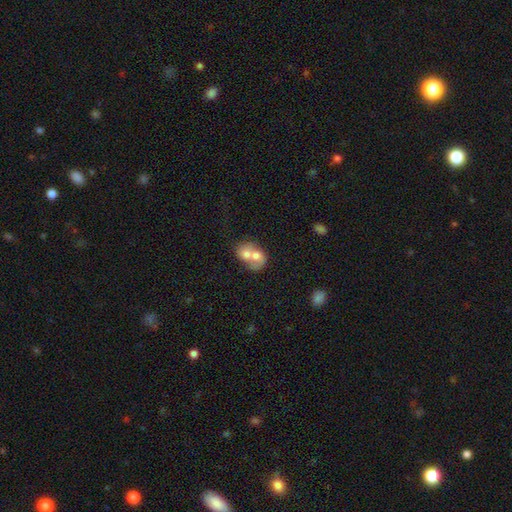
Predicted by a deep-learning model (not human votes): smooth-or-featured: smooth: 62% | featured or disk: 30% | star or artifact: 7%
  how-rounded: round: 53% | in between: 46% | cigar-shaped: 1%
  merging: merger: 81% | none: 12% | minor disturbance: 5% | major disturbance: 3%